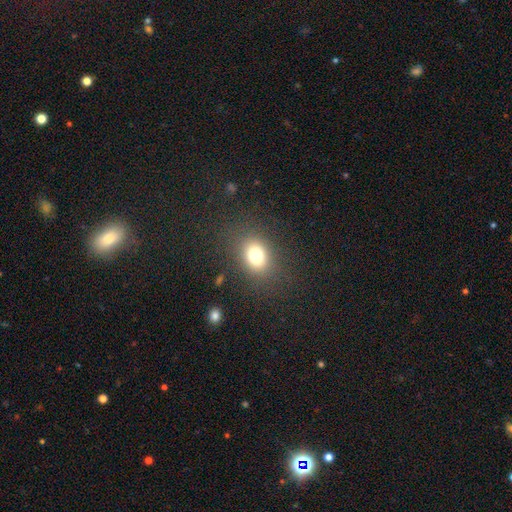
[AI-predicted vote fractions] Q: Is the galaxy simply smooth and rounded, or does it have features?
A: smooth — 77%.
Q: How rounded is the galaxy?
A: in between — 60%.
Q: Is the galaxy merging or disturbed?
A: none — 83%.